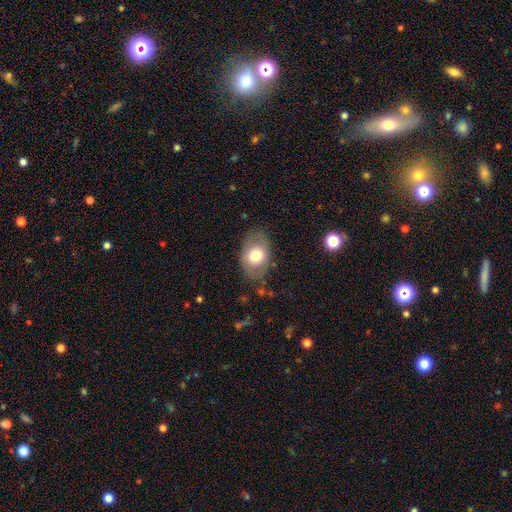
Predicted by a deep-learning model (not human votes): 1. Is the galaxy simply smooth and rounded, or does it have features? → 72% smooth, 20% featured or disk, 7% star or artifact.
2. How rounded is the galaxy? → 81% in between, 18% round, 1% cigar-shaped.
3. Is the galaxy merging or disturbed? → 74% none, 18% minor disturbance, 7% major disturbance, 2% merger.